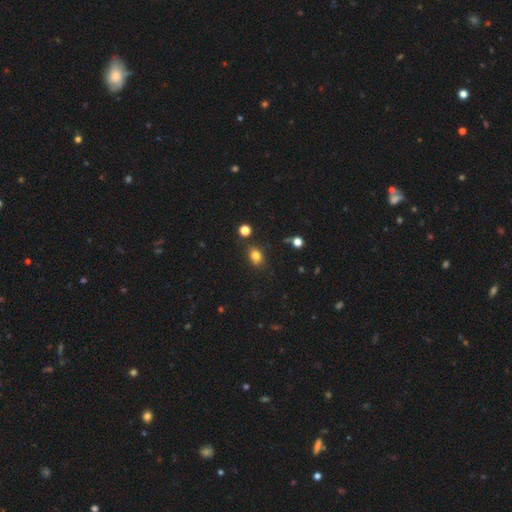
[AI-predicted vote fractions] Smooth or featured: smooth — 79% (star or artifact — 14%)
How rounded: in between — 60% (round — 38%)
Merging: none — 79% (minor disturbance — 13%)